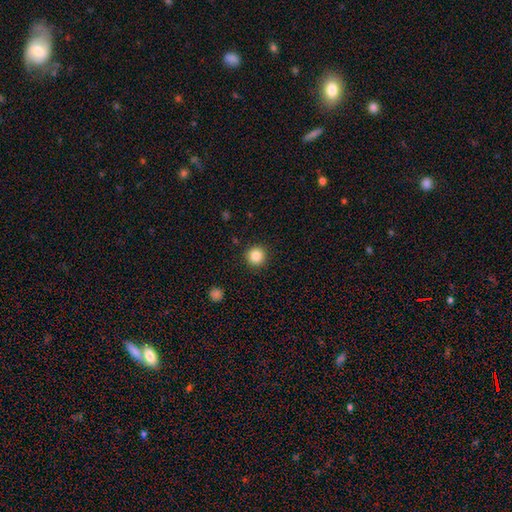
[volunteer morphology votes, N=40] Smooth or featured? smooth (85%)
How rounded? round (94%)
Merging? none (89%)